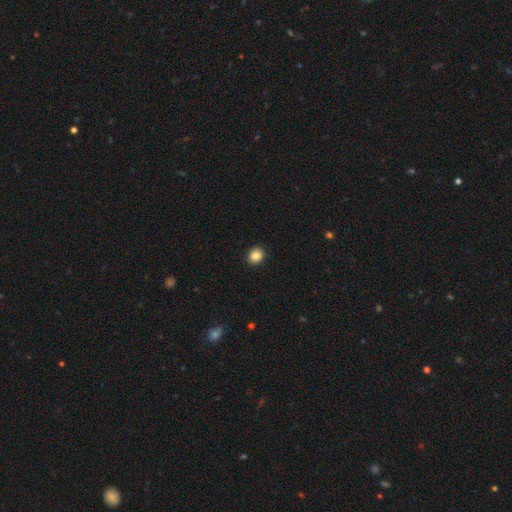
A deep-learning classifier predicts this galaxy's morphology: Smooth or featured? Predicted: smooth (p=0.86). How rounded? Predicted: round (p=0.76). Merging? Predicted: none (p=0.91).